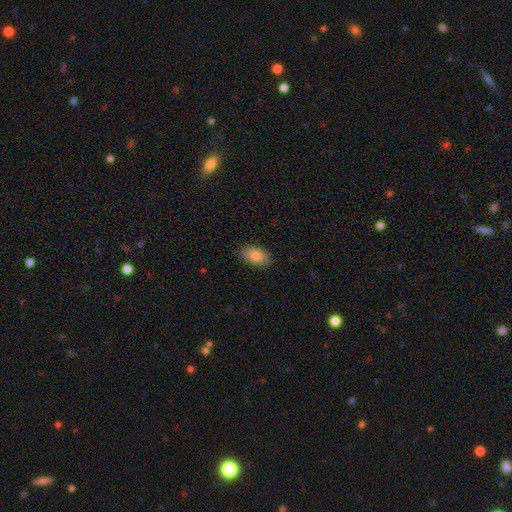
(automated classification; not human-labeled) smooth 86%, featured or disk 7%, star or artifact 7%. Down the decision tree: how rounded — in between (93%); merging — none (84%).